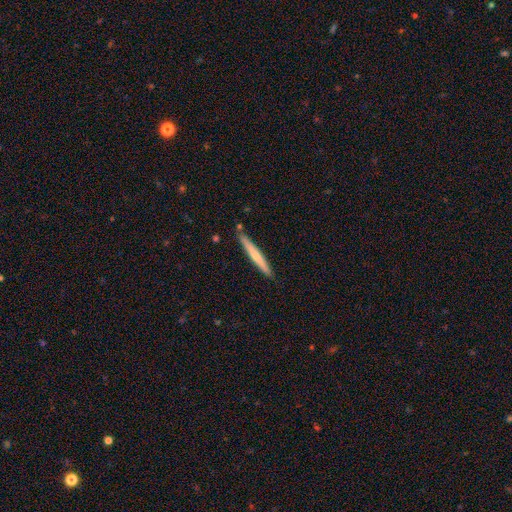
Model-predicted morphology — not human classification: Smooth or featured?
  - smooth: 54% *
  - featured or disk: 41%
  - star or artifact: 5%
How rounded?
  - cigar-shaped: 96% *
  - in between: 3%
  - round: 1%
Merging?
  - none: 88% *
  - minor disturbance: 8%
  - merger: 2%
  - major disturbance: 1%